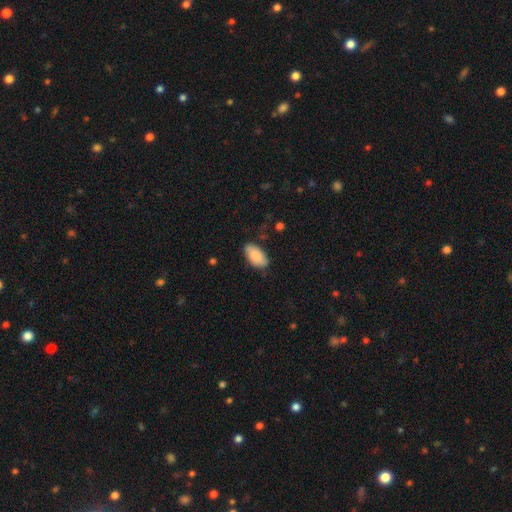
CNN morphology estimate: This appears to be a smooth galaxy with no disk features (85%) that is in between round and cigar-shaped (94%). Merging: none (78%).